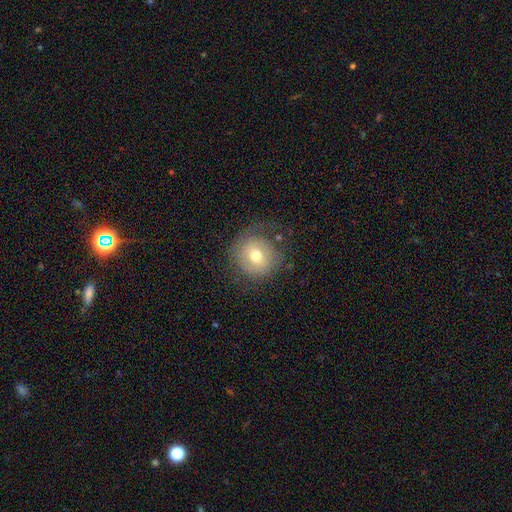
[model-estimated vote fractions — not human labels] This appears to be a smooth galaxy with no disk features (62%) that is round (89%). Merging: none (63%).